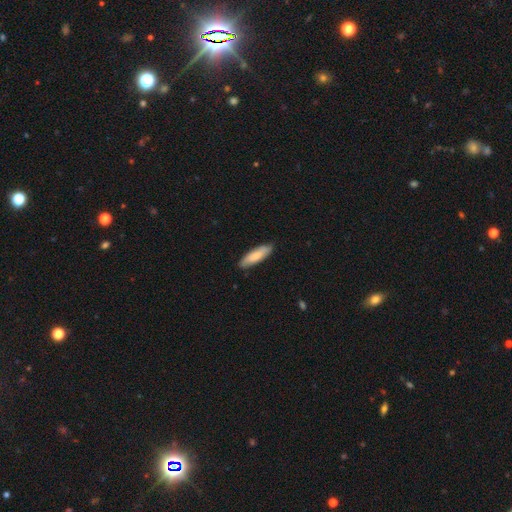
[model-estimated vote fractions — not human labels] smooth-or-featured: smooth: 77% | featured or disk: 18% | star or artifact: 5%
  how-rounded: cigar-shaped: 55% | in between: 43% | round: 1%
  merging: none: 86% | minor disturbance: 11% | major disturbance: 2% | merger: 1%